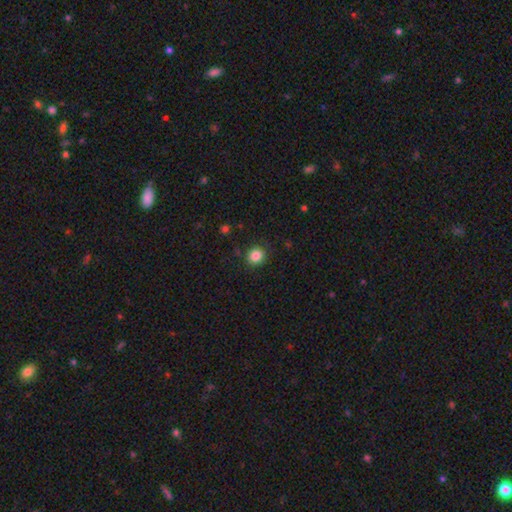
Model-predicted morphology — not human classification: The model was most divided on "how rounded": round: 85%, in between: 14%, cigar-shaped: 1%. More confident: merging — none (89%); smooth or featured — smooth (85%).